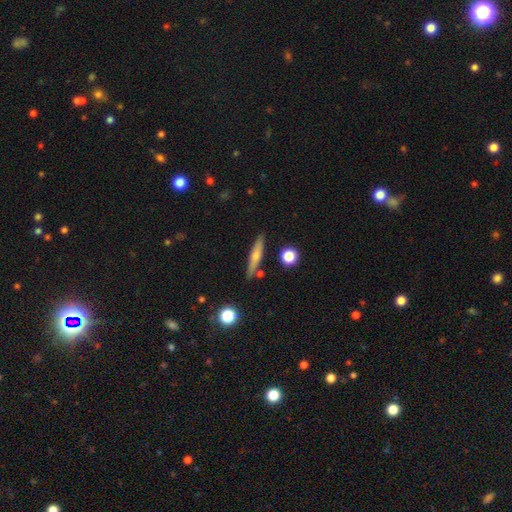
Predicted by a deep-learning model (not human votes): The model was most divided on "smooth or featured": smooth: 56%, featured or disk: 37%, star or artifact: 7%. More confident: how rounded — cigar-shaped (87%); merging — none (83%).